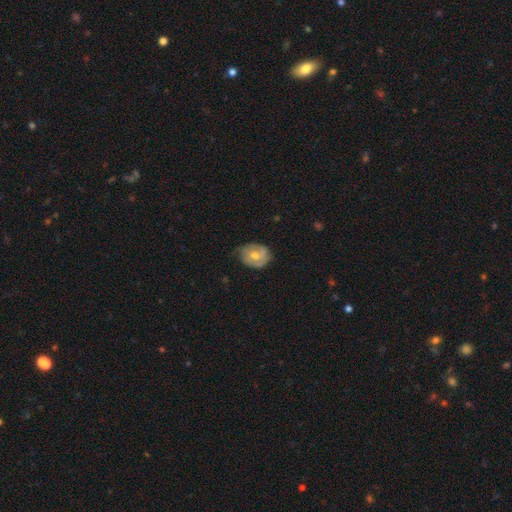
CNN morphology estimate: featured or disk 51%, smooth 42%, star or artifact 6%. Down the decision tree: edge-on disk — no (96%); merging — none (58%).